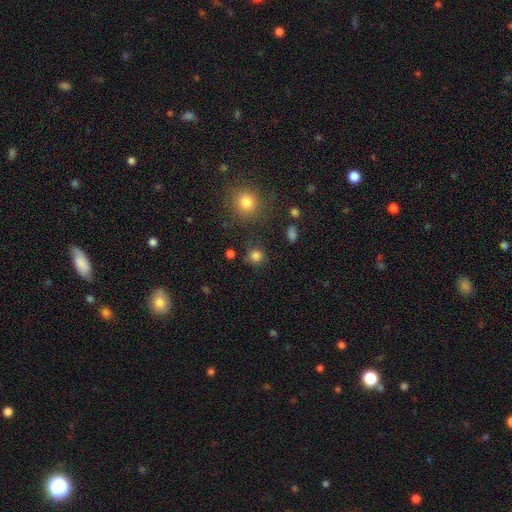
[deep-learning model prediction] The model was most divided on "smooth or featured": smooth: 81%, star or artifact: 14%, featured or disk: 4%. More confident: how rounded — round (91%); merging — none (82%).